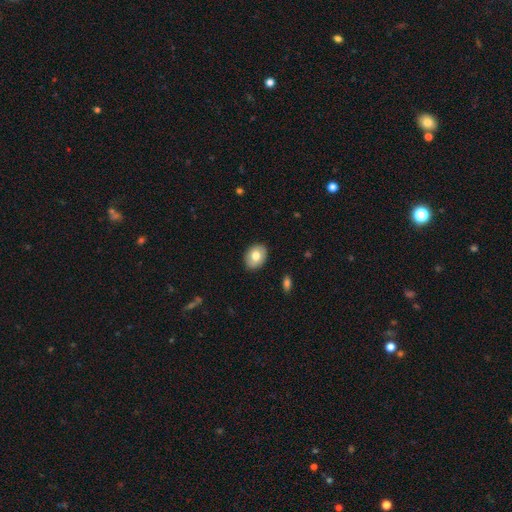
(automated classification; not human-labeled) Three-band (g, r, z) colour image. It shows a smooth galaxy with no disk features (75%) that is in between round and cigar-shaped (61%). Merging: none (88%).